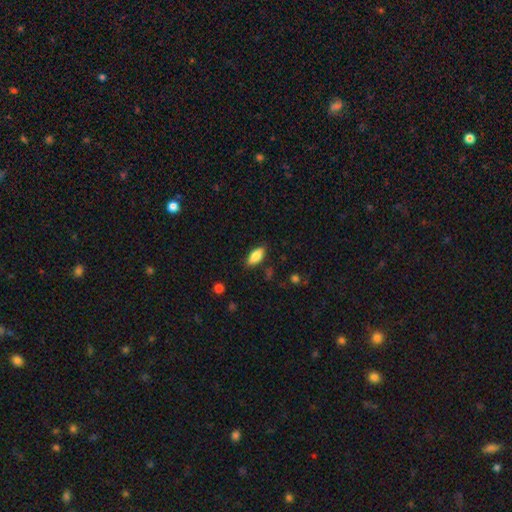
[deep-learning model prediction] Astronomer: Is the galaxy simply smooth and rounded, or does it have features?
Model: smooth — 86%.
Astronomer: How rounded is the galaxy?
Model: in between — 86%.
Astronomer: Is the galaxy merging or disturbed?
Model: none — 83%.